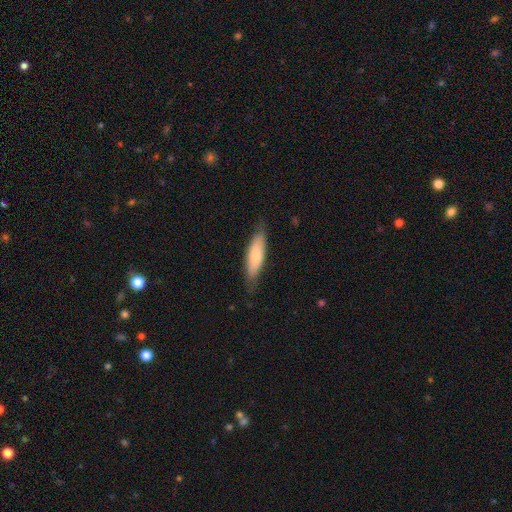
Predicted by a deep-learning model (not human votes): This appears to be a smooth galaxy with no disk features (74%) that is cigar-shaped (56%). Merging: none (77%).